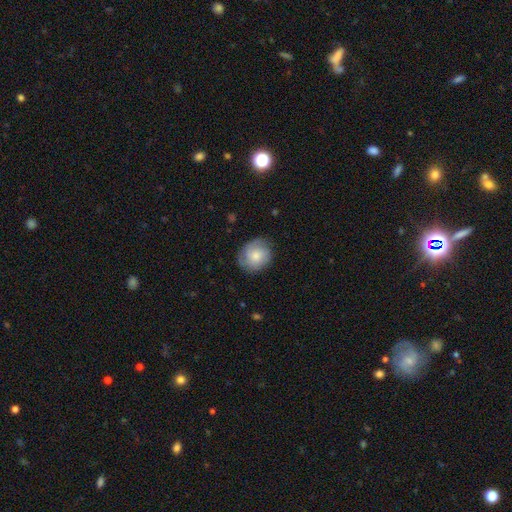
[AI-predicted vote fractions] smooth-or-featured: smooth: 66% | featured or disk: 27% | star or artifact: 7%
  how-rounded: round: 71% | in between: 28% | cigar-shaped: 1%
  merging: none: 75% | minor disturbance: 19% | major disturbance: 5% | merger: 1%